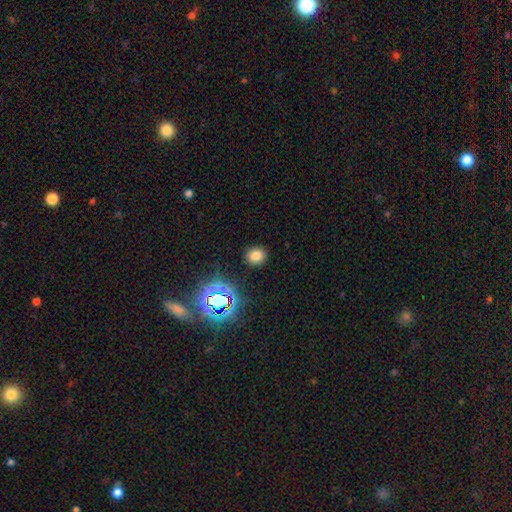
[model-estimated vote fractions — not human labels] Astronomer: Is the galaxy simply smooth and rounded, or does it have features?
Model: smooth — 74%.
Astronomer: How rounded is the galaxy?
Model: round — 77%.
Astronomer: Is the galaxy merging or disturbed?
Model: none — 89%.